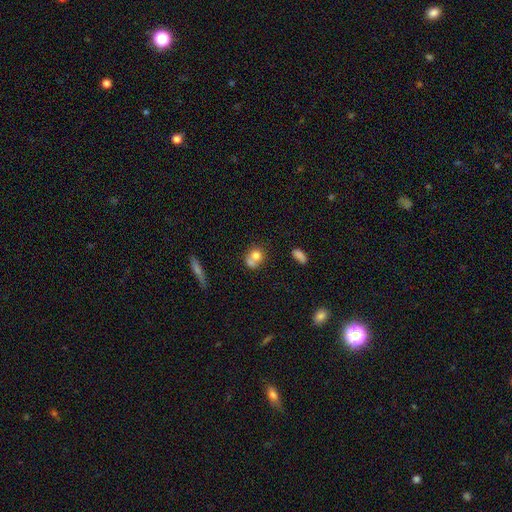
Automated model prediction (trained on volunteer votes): Morphology: type=smooth (71%); roundness=round (69%); merging=merger (53%).